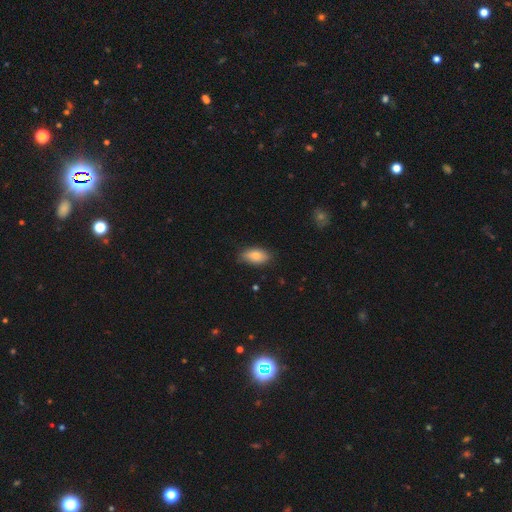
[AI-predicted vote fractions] Overall: smooth (82%). How rounded: in between (91%). Merging: none (73%).